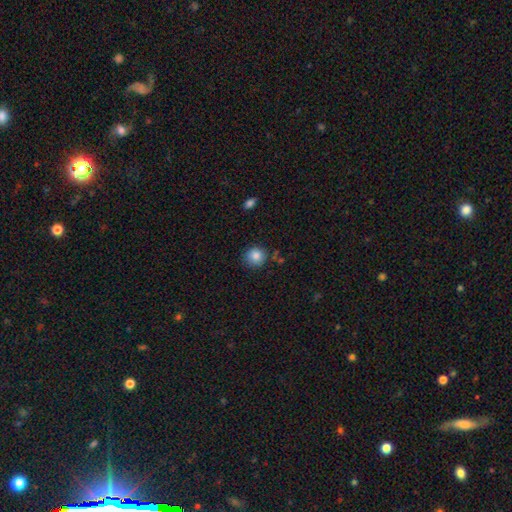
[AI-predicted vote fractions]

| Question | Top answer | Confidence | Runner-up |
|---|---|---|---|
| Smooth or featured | smooth | 85% | star or artifact (9%) |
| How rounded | round | 90% | in between (9%) |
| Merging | none | 83% | minor disturbance (11%) |